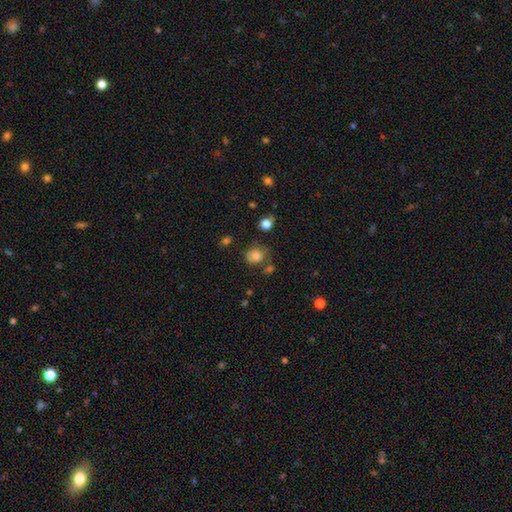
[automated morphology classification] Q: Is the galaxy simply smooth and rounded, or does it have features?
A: smooth — 79%.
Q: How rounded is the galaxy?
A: round — 73%.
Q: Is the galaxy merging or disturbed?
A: none — 60%.